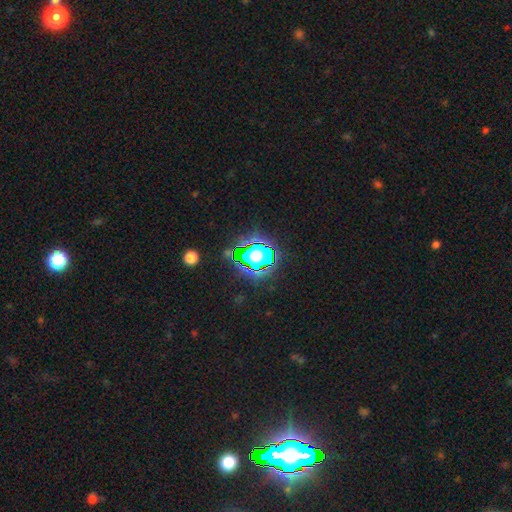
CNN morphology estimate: smooth-or-featured: star or artifact: 54% | smooth: 32% | featured or disk: 14%